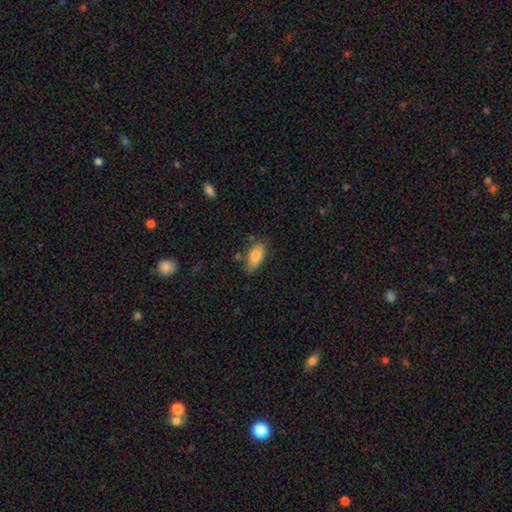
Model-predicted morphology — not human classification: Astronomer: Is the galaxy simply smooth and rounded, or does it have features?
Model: smooth — 84%.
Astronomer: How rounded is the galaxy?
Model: in between — 87%.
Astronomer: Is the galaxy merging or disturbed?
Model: none — 68%.